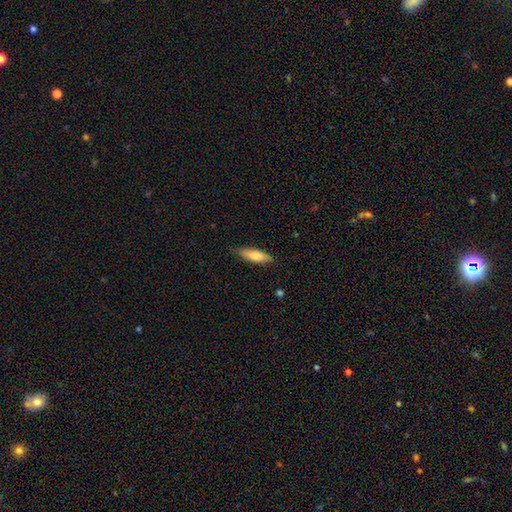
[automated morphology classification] smooth 78%, featured or disk 16%, star or artifact 6%. Down the decision tree: how rounded — cigar-shaped (57%); merging — none (82%).